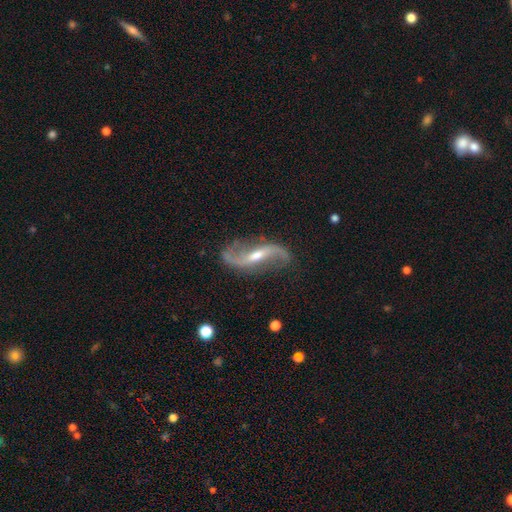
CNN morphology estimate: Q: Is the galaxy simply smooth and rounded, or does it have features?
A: featured or disk — 90%.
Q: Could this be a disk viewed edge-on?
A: no — 94%.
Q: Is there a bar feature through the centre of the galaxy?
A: weak — 43%.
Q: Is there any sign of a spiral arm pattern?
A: yes — 97%.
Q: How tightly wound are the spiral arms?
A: loose — 81%.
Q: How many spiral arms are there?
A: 2 — 94%.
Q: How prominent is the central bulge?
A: moderate — 54%.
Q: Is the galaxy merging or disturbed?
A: none — 77%.